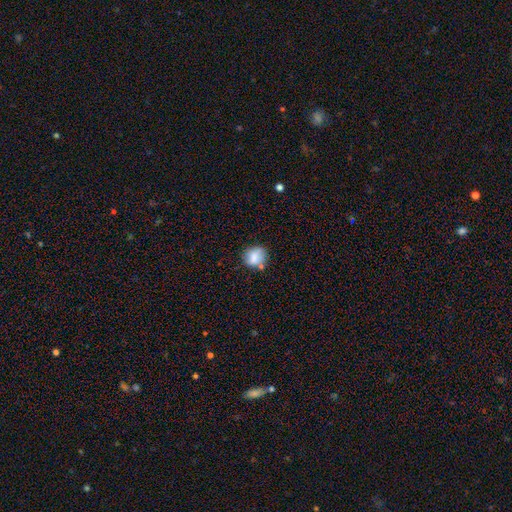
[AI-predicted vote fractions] A smooth galaxy with no disk features (79%) that is round (74%). Merging: none (65%).